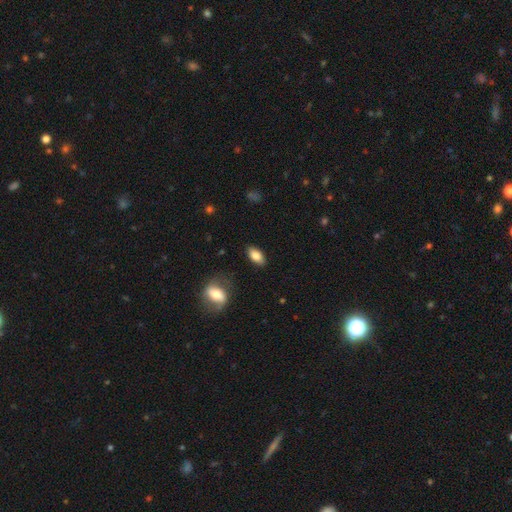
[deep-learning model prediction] Smooth or featured? smooth (83%)
How rounded? in between (91%)
Merging? none (85%)